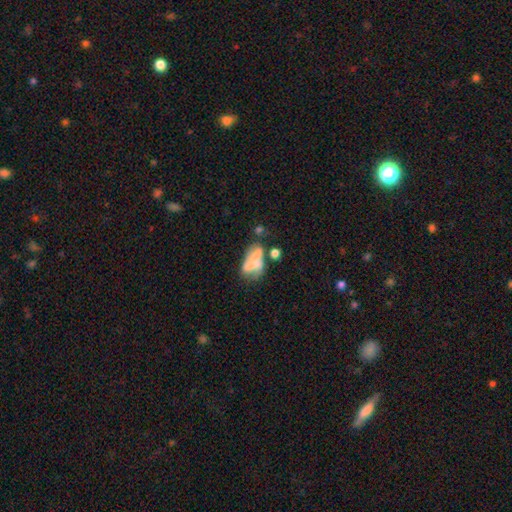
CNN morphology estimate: This appears to be a smooth galaxy with no disk features (43%, tied with featured or disk). Merging: merger (33%).